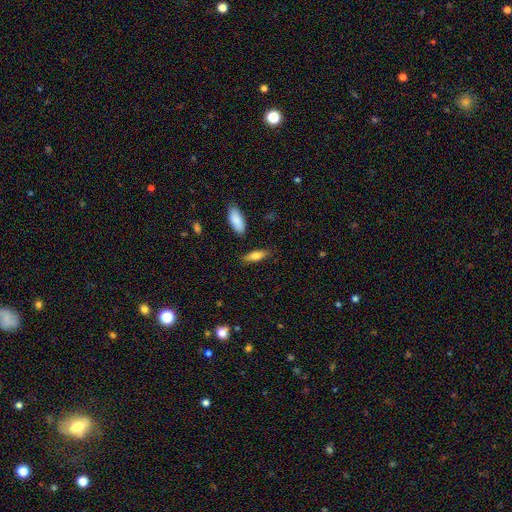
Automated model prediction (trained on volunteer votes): A smooth galaxy with no disk features (72%) that is in between round and cigar-shaped (59%). Merging: none (81%).